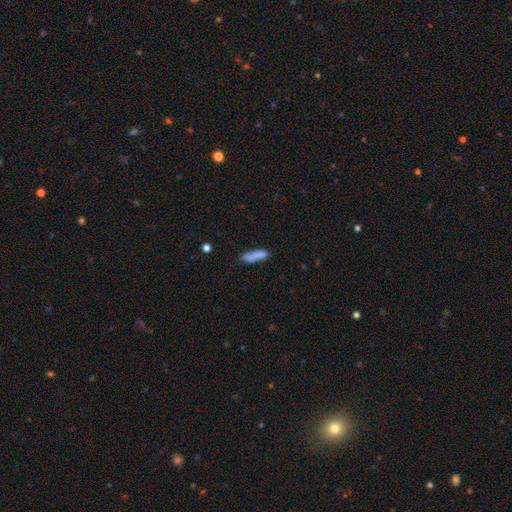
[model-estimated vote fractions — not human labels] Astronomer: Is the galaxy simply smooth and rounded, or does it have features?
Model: smooth — 81%.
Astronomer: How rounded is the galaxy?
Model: cigar-shaped — 71%.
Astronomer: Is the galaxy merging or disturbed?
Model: none — 65%.